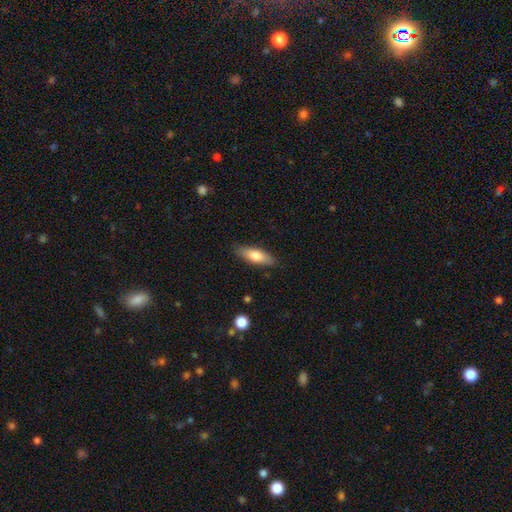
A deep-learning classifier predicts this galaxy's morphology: Overall: smooth (73%). How rounded: in between (56%; cigar-shaped 41%). Merging: none (85%).